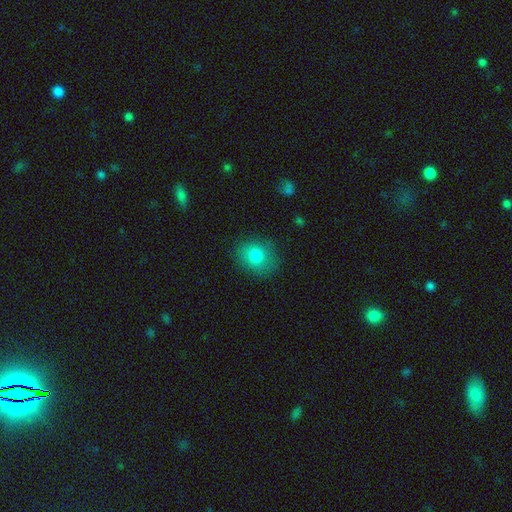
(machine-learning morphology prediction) Q: Smooth or featured?
A: smooth (80%); runner-up: star or artifact (10%)
Q: How rounded?
A: round (61%); runner-up: in between (38%)
Q: Merging?
A: none (82%); runner-up: minor disturbance (13%)